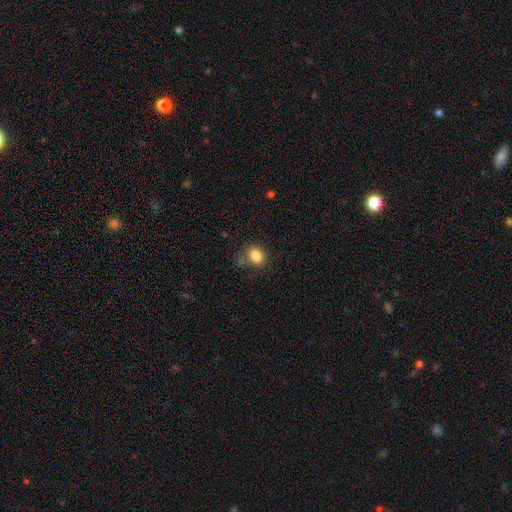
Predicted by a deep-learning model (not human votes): smooth 85%, star or artifact 10%, featured or disk 6%. Down the decision tree: how rounded — in between (57%); merging — none (74%).